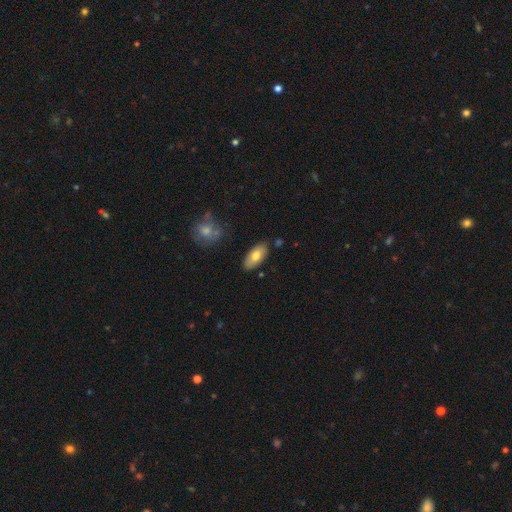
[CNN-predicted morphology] This appears to be a smooth galaxy with no disk features (74%) that is in between round and cigar-shaped (91%). Merging: none (83%).